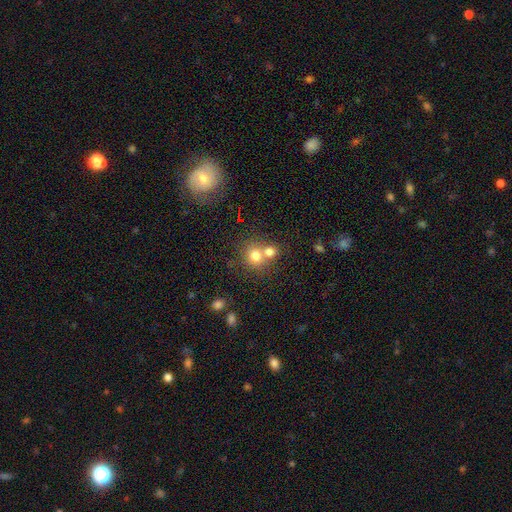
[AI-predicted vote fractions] This is likely a smooth galaxy (75%). How rounded: likely round (80%). Merging: possibly merger (50%).